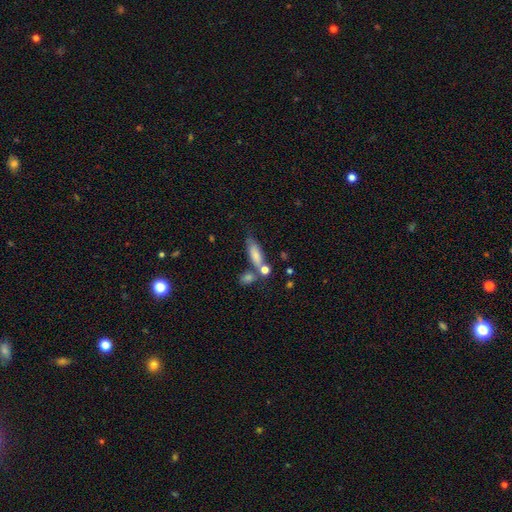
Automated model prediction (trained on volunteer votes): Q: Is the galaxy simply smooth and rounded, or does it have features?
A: smooth — 76%.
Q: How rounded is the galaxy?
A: in between — 54%.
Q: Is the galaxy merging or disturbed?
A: none — 51%.